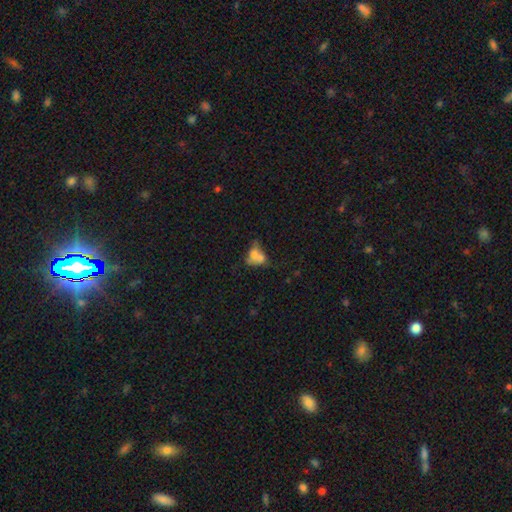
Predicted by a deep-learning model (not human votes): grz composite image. It shows a smooth galaxy with no disk features (62%) that is in between round and cigar-shaped (60%). Merging: merger (66%).